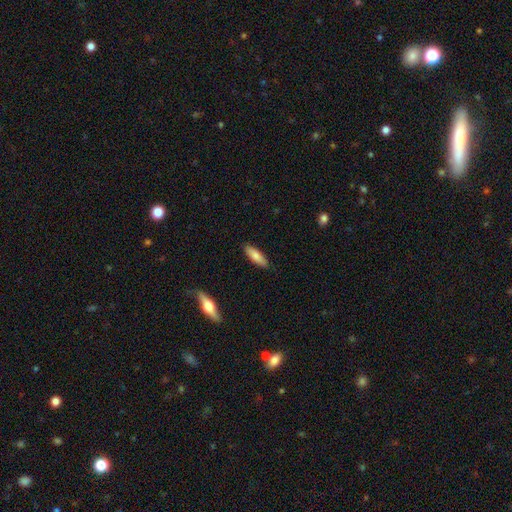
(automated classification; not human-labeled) A smooth galaxy with no disk features (79%) that is in between round and cigar-shaped (51%). Merging: none (88%).